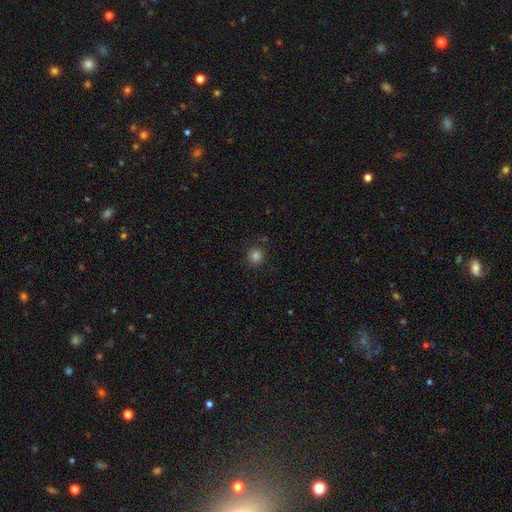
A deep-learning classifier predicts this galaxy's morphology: Smooth or featured? smooth (83%)
How rounded? round (87%)
Merging? none (85%)